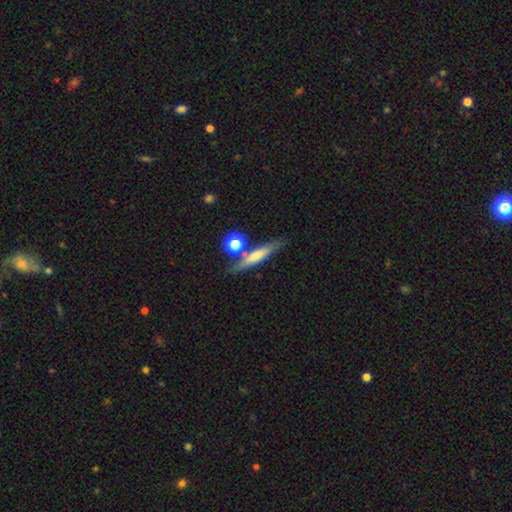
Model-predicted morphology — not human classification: smooth 57%, featured or disk 35%, star or artifact 8%. Down the decision tree: how rounded — cigar-shaped (81%); merging — none (70%).